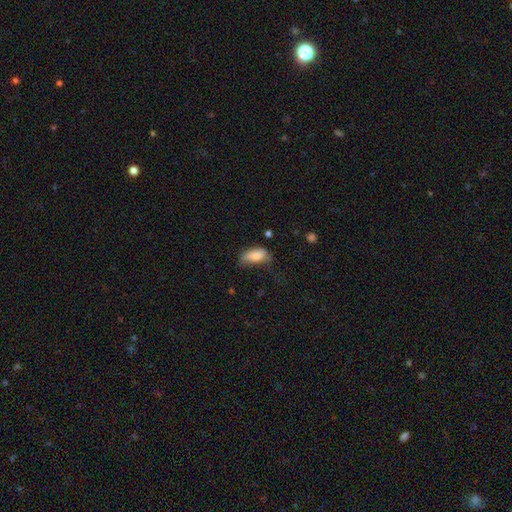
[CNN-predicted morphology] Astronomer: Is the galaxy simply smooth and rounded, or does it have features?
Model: smooth — 80%.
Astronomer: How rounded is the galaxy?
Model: in between — 89%.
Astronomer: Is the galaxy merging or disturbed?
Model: minor disturbance — 37%, tied with none at 37%.